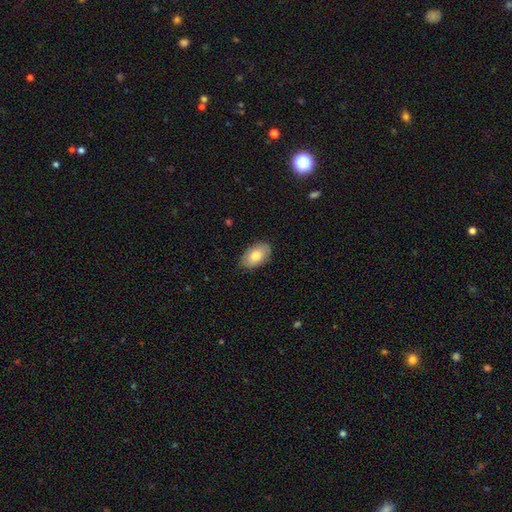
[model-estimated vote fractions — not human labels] A smooth galaxy with no disk features (75%) that is in between round and cigar-shaped (91%).

Vote fractions:
- Smooth or featured? smooth: 75% / featured or disk: 18% / star or artifact: 6%
- How rounded? in between: 91% / round: 7% / cigar-shaped: 1%
- Merging? none: 82% / minor disturbance: 14% / major disturbance: 3% / merger: 1%